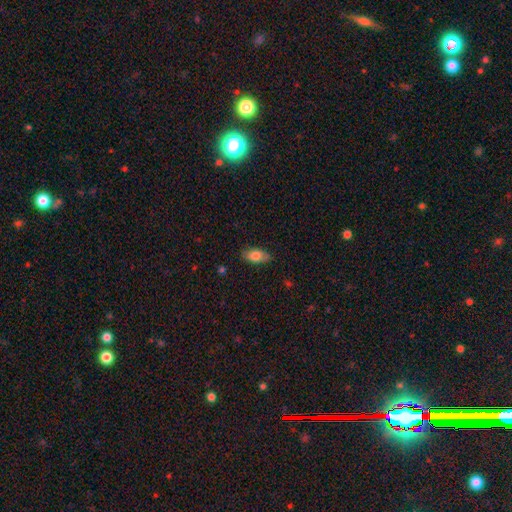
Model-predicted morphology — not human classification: This is clearly a smooth galaxy (81%). How rounded: clearly in between (90%). Merging: clearly none (82%).